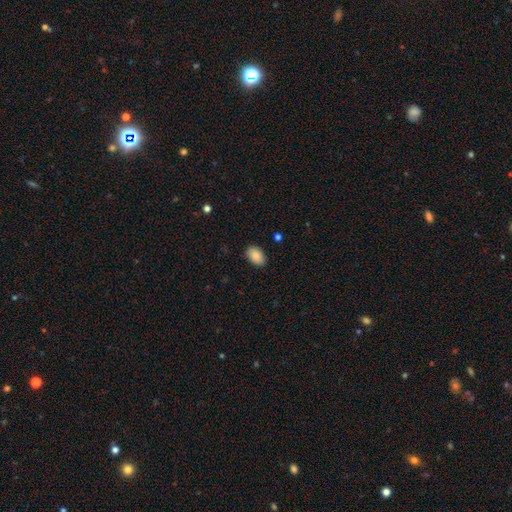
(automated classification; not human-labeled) A smooth galaxy with no disk features (88%) that is in between round and cigar-shaped (90%). Merging: none (88%).